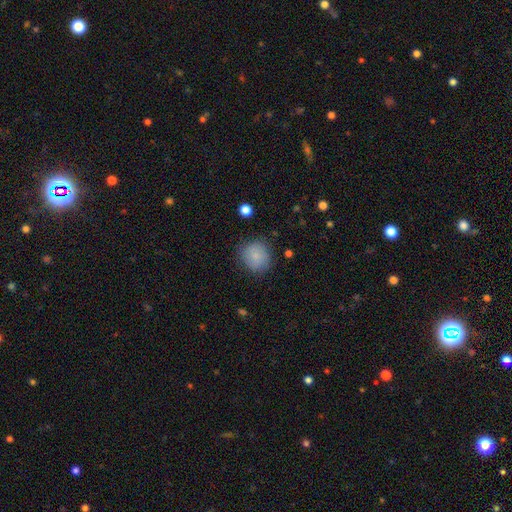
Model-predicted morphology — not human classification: smooth-or-featured: smooth: 83% | featured or disk: 9% | star or artifact: 8%
  how-rounded: round: 82% | in between: 17% | cigar-shaped: 1%
  merging: none: 80% | minor disturbance: 15% | major disturbance: 4% | merger: 2%